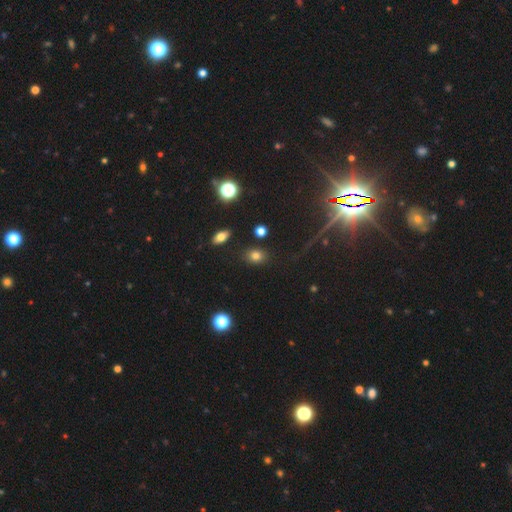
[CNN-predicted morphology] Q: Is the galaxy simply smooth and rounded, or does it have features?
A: smooth — 78%.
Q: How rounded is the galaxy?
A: in between — 57%.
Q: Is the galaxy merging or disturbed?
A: none — 85%.